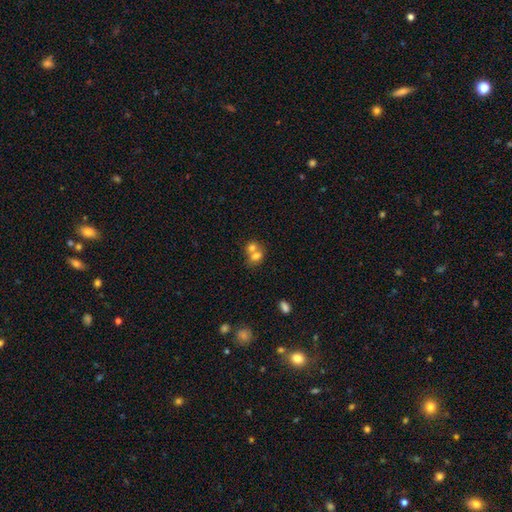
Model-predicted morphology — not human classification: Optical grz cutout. It shows a smooth galaxy with no disk features (71%) that is round (50%). Merging: merger (65%).